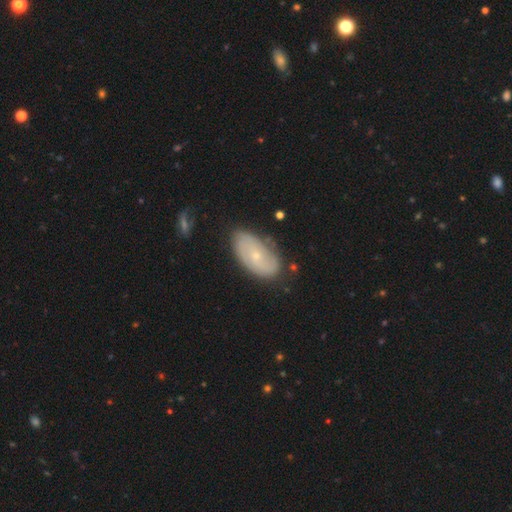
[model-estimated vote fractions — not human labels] This is possibly a featured or disk galaxy (54%). It is clearly not viewed edge-on (92%). Merging: likely none (69%).